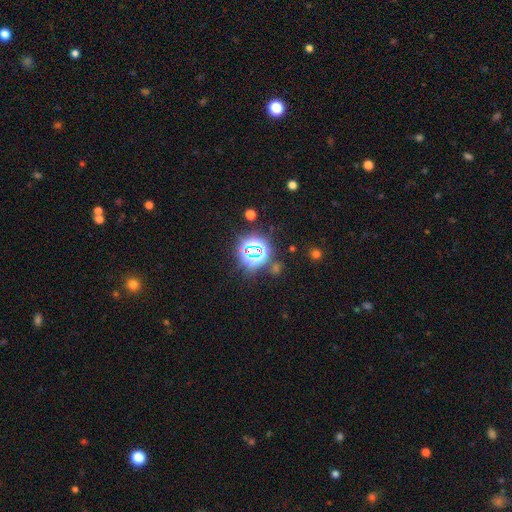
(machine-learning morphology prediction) A star or artifact, not a galaxy (72%).